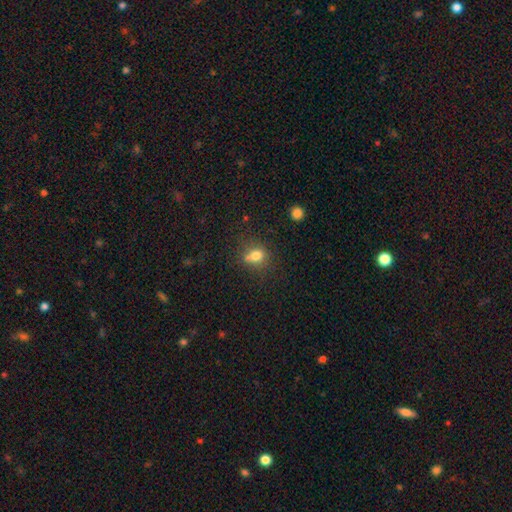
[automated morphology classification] Smooth or featured?
  - smooth: 75% *
  - star or artifact: 13%
  - featured or disk: 11%
How rounded?
  - round: 63% *
  - in between: 35%
  - cigar-shaped: 2%
Merging?
  - none: 58% *
  - merger: 20%
  - minor disturbance: 17%
  - major disturbance: 6%